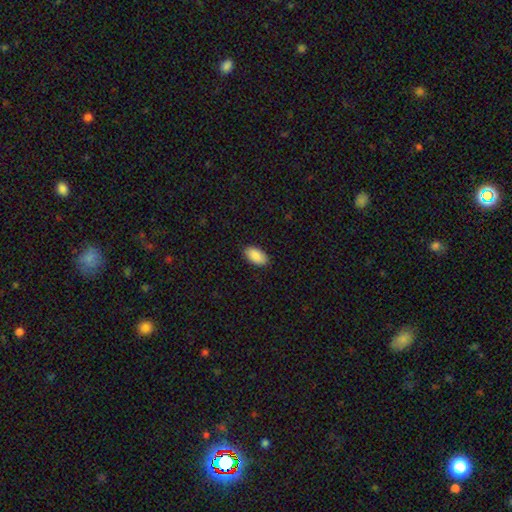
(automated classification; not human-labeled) Smooth or featured?
  - smooth: 90% *
  - star or artifact: 6%
  - featured or disk: 4%
How rounded?
  - in between: 95% *
  - round: 3%
  - cigar-shaped: 2%
Merging?
  - none: 89% *
  - minor disturbance: 8%
  - major disturbance: 2%
  - merger: 1%